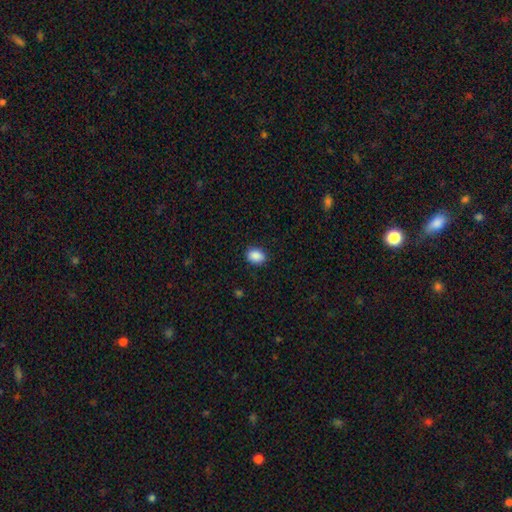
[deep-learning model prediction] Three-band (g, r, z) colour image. It shows a smooth galaxy with no disk features (89%) that is in between round and cigar-shaped (66%). Merging: none (87%).